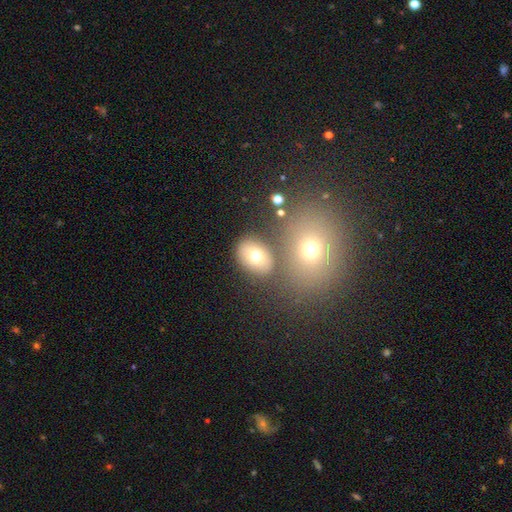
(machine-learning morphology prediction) Smooth or featured?
  - smooth: 71% *
  - featured or disk: 17%
  - star or artifact: 12%
How rounded?
  - in between: 66% *
  - round: 33%
  - cigar-shaped: 1%
Merging?
  - none: 70% *
  - merger: 13%
  - minor disturbance: 12%
  - major disturbance: 6%